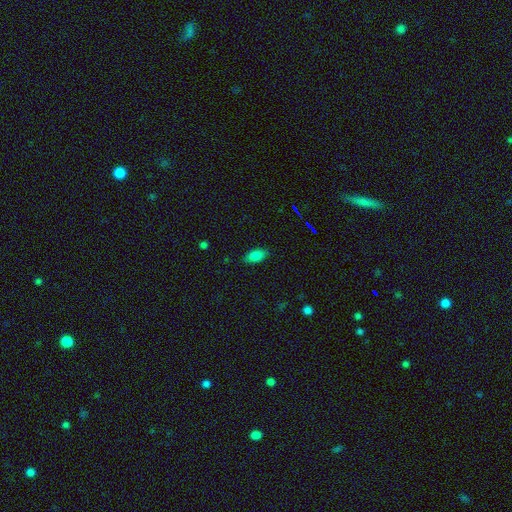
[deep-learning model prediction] smooth 82%, star or artifact 9%, featured or disk 9%. Down the decision tree: how rounded — in between (90%); merging — none (85%).